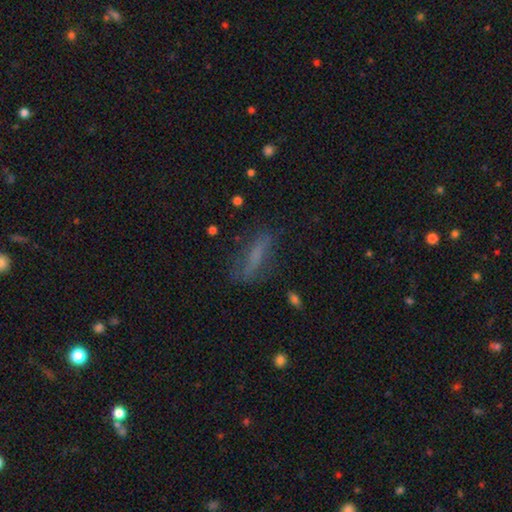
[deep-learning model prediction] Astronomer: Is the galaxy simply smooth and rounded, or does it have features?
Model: smooth — 52% (runner-up: featured or disk, 31%).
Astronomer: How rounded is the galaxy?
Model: cigar-shaped — 65%.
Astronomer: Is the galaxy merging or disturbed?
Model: none — 65%.